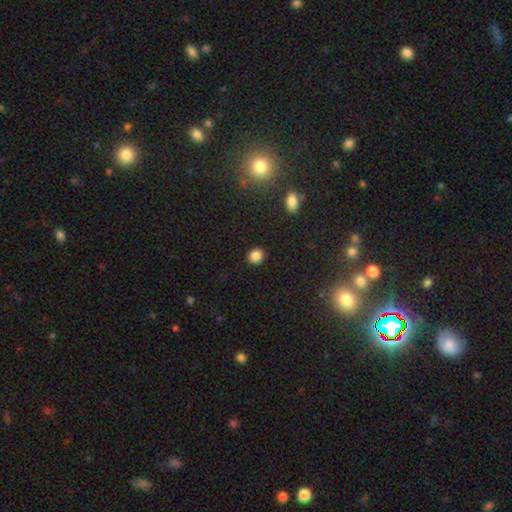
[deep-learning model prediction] Smooth or featured? smooth (86%)
How rounded? round (79%)
Merging? none (91%)